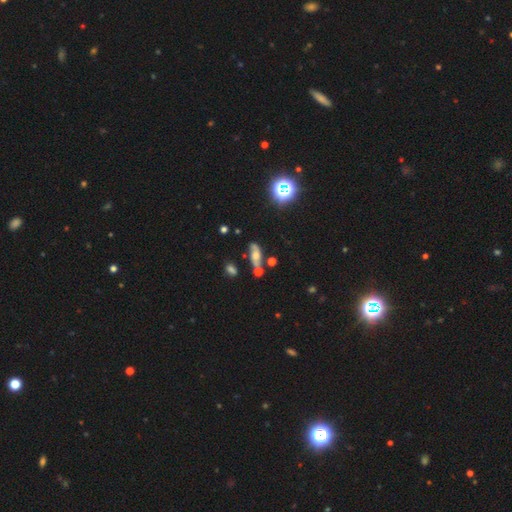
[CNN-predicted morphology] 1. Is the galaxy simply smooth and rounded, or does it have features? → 45% featured or disk, 38% smooth, 17% star or artifact.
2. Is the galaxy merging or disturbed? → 57% none, 19% minor disturbance, 16% merger, 8% major disturbance.